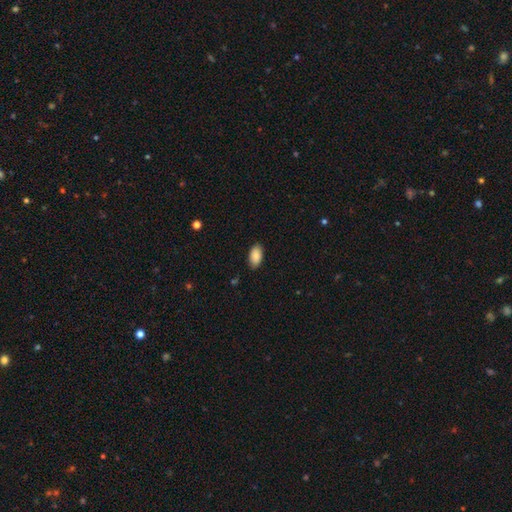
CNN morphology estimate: A smooth galaxy with no disk features (87%) that is in between round and cigar-shaped (95%). Merging: none (86%).